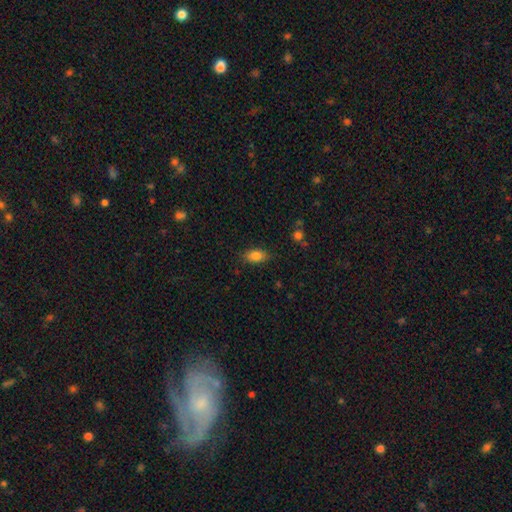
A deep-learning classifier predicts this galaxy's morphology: Smooth or featured? smooth (85%)
How rounded? in between (89%)
Merging? none (83%)